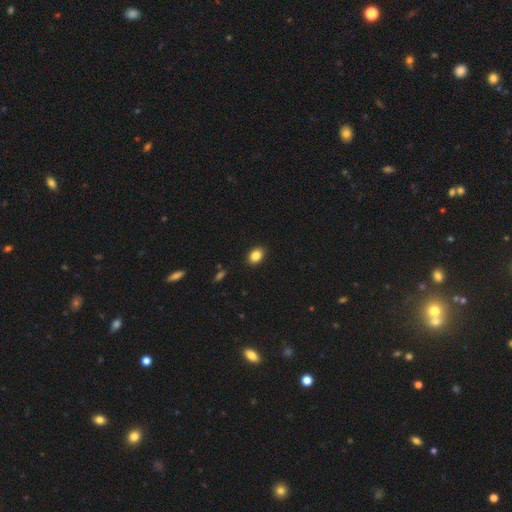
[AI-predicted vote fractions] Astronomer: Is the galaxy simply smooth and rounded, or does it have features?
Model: smooth — 86%.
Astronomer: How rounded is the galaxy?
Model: in between — 77%.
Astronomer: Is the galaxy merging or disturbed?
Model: none — 89%.